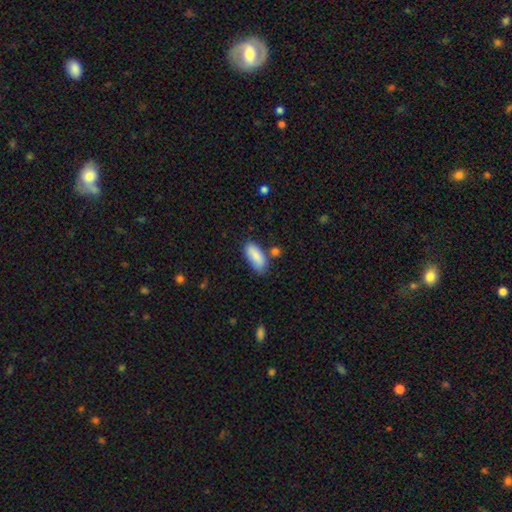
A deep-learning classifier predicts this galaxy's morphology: A smooth galaxy with no disk features (86%) that is in between round and cigar-shaped (82%).

Vote fractions:
- Smooth or featured? smooth: 86% / featured or disk: 7% / star or artifact: 6%
- How rounded? in between: 82% / cigar-shaped: 16% / round: 2%
- Merging? none: 67% / minor disturbance: 20% / merger: 8% / major disturbance: 5%